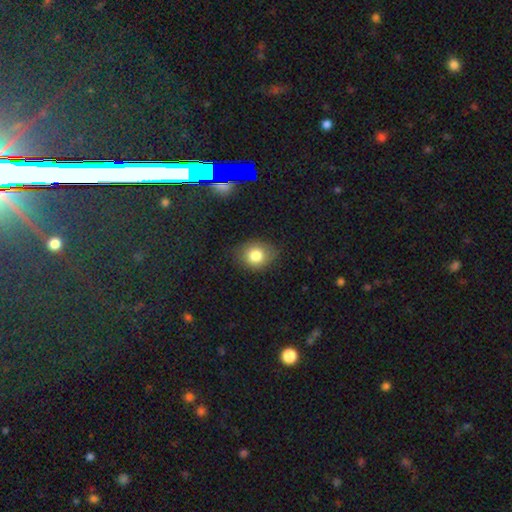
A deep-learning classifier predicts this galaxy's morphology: This appears to be a smooth galaxy with no disk features (81%) that is round (61%). Merging: none (77%).